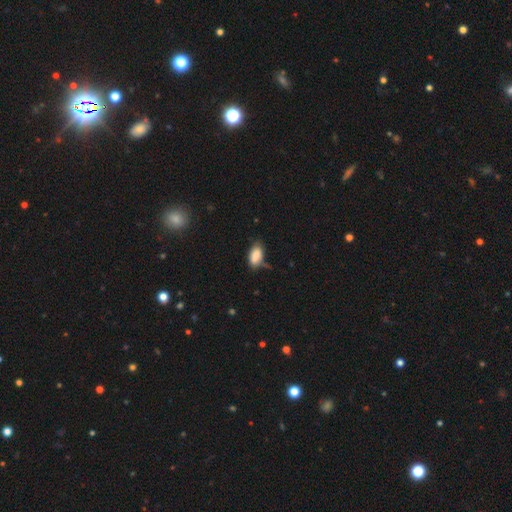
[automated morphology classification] Smooth or featured: smooth — 86% (star or artifact — 8%)
How rounded: in between — 92% (cigar-shaped — 4%)
Merging: none — 58% (minor disturbance — 29%)